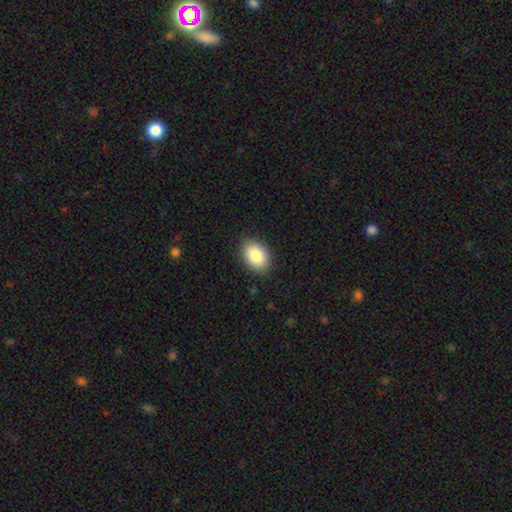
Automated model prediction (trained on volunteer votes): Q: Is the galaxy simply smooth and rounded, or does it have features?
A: smooth — 87%.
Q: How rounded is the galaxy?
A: in between — 83%.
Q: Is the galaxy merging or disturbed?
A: none — 88%.